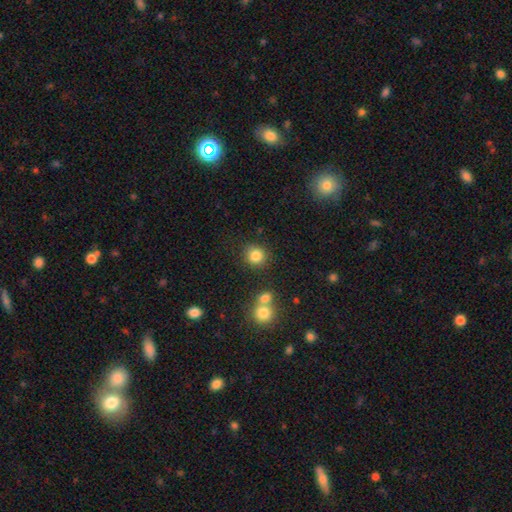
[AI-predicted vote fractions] Overall: smooth (84%). How rounded: round (88%). Merging: none (81%).